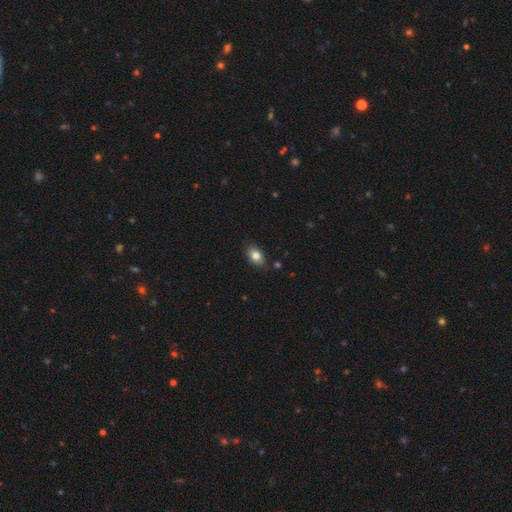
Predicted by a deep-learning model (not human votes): A smooth galaxy with no disk features (82%) that is in between round and cigar-shaped (81%).

Vote fractions:
- Smooth or featured? smooth: 82% / featured or disk: 9% / star or artifact: 9%
- How rounded? in between: 81% / round: 18% / cigar-shaped: 1%
- Merging? none: 82% / minor disturbance: 14% / major disturbance: 2% / merger: 2%